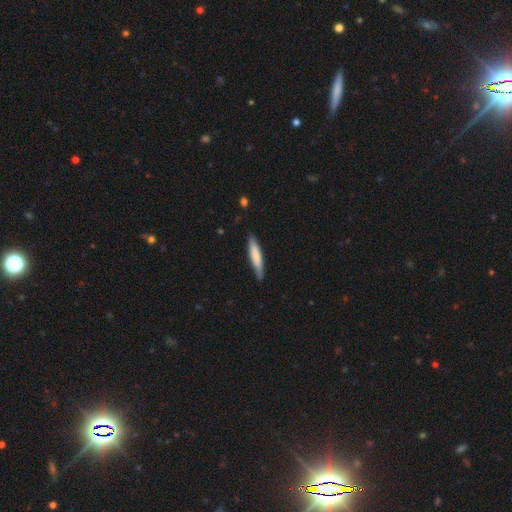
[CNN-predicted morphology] smooth 71%, featured or disk 24%, star or artifact 5%. Down the decision tree: how rounded — cigar-shaped (88%); merging — none (83%).